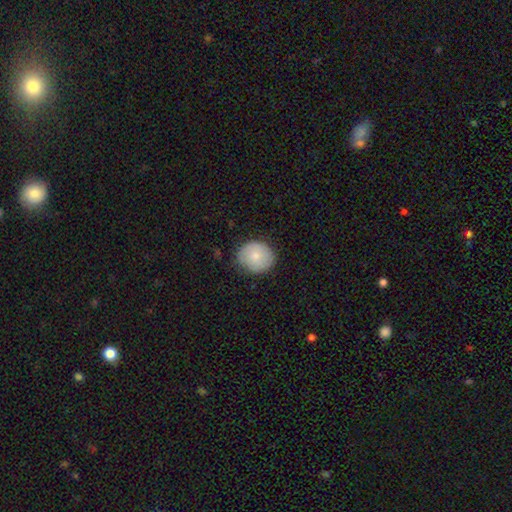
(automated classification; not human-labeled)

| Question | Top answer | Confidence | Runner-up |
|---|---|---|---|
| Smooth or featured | smooth | 74% | featured or disk (20%) |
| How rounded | round | 81% | in between (18%) |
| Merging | none | 76% | minor disturbance (19%) |